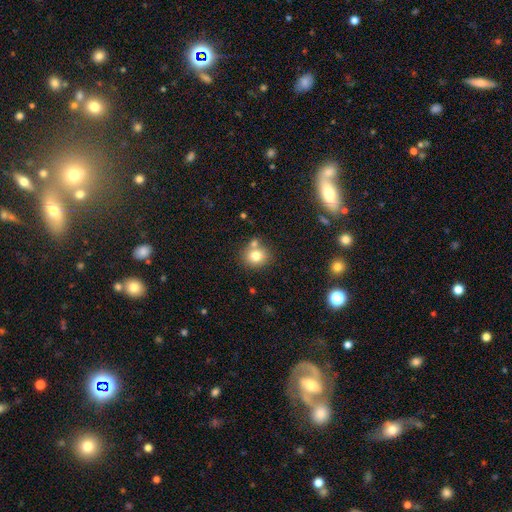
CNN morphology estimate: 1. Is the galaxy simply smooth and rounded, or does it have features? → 78% smooth, 11% featured or disk, 11% star or artifact.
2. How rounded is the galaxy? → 76% round, 23% in between, 1% cigar-shaped.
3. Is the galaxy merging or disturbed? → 64% none, 21% merger, 12% minor disturbance, 3% major disturbance.